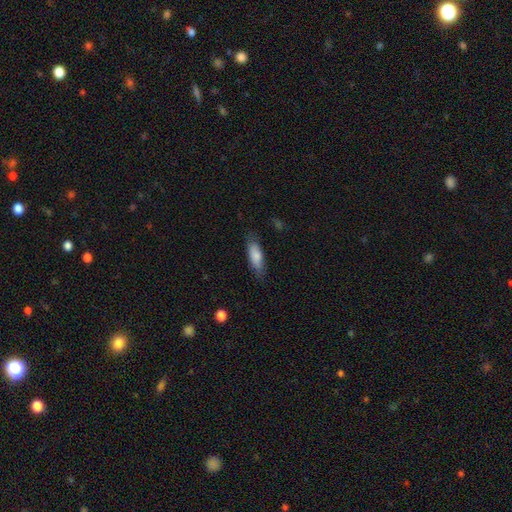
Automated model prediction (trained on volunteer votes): Overall: smooth (80%). How rounded: in between (59%; cigar-shaped 39%). Merging: none (78%).